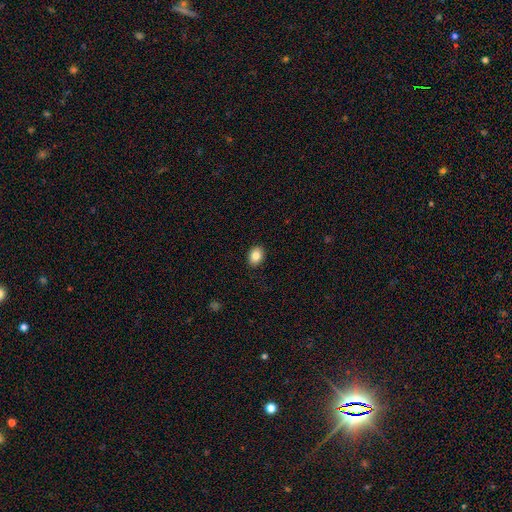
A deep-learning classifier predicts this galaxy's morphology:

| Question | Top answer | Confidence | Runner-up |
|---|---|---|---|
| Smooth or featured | smooth | 85% | star or artifact (8%) |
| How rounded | in between | 66% | round (33%) |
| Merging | none | 89% | minor disturbance (8%) |